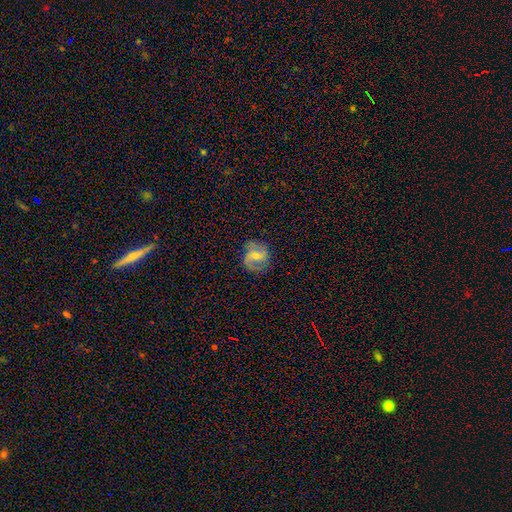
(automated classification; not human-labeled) smooth-or-featured: featured or disk: 72% | smooth: 20% | star or artifact: 8%
  disk-edge-on: no: 98% | yes: 2%
    bar: weak: 48% | no: 32% | strong: 20%
    has-spiral-arms: yes: 93% | no: 7%
      spiral-winding: medium: 47% | loose: 33% | tight: 20%
      spiral-arm-count: 2: 86% | can't tell: 6% | 1: 3% | 3: 2% | 4: 1% | more than 4: 1%
    bulge-size: small: 47% (tied) | moderate: 47% (tied) | none: 3% | large: 2% | dominant: 1%
  merging: none: 78% | minor disturbance: 15% | major disturbance: 6% | merger: 1%